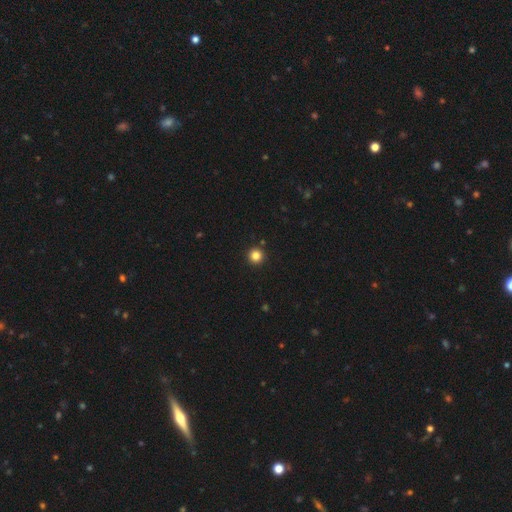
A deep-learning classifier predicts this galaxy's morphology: smooth_or_featured: smooth (p=0.84) [alt: star or artifact p=0.12]
how_rounded: round (p=0.96) [alt: in between p=0.03]
merging: none (p=0.93) [alt: minor disturbance p=0.04]